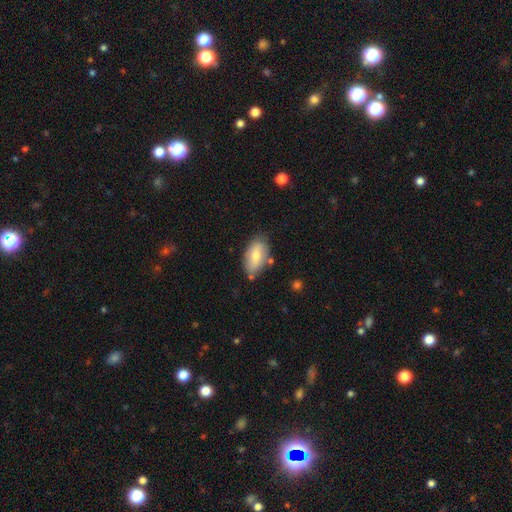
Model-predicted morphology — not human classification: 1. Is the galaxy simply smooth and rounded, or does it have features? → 70% smooth, 23% featured or disk, 7% star or artifact.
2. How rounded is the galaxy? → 92% in between, 4% cigar-shaped, 4% round.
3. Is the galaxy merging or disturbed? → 74% none, 17% minor disturbance, 6% merger, 4% major disturbance.